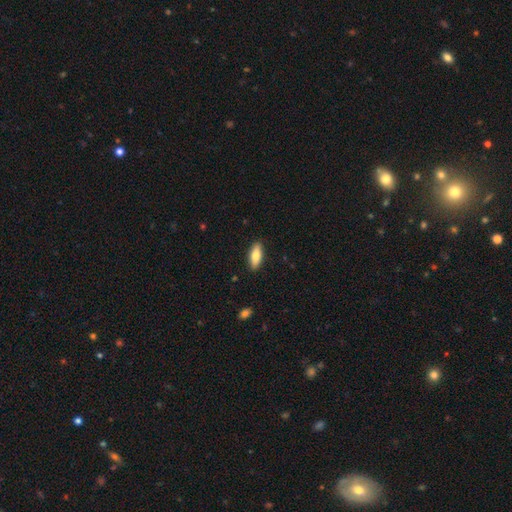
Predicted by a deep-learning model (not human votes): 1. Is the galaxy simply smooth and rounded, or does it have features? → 78% smooth, 16% featured or disk, 6% star or artifact.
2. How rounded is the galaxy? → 72% in between, 26% cigar-shaped, 2% round.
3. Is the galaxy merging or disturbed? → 89% none, 8% minor disturbance, 2% major disturbance, 1% merger.